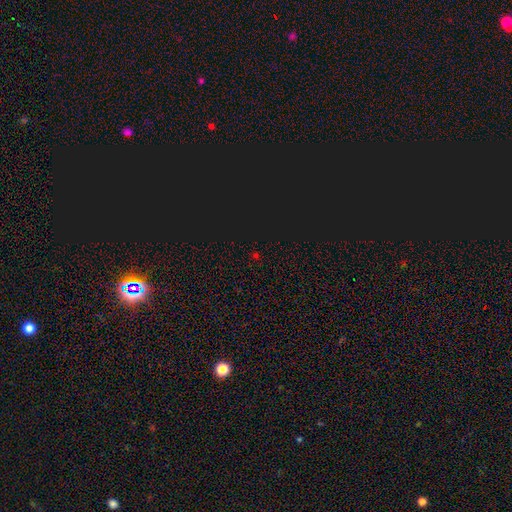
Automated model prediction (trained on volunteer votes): The model was most divided on "smooth or featured": star or artifact: 72%, smooth: 22%, featured or disk: 6%.